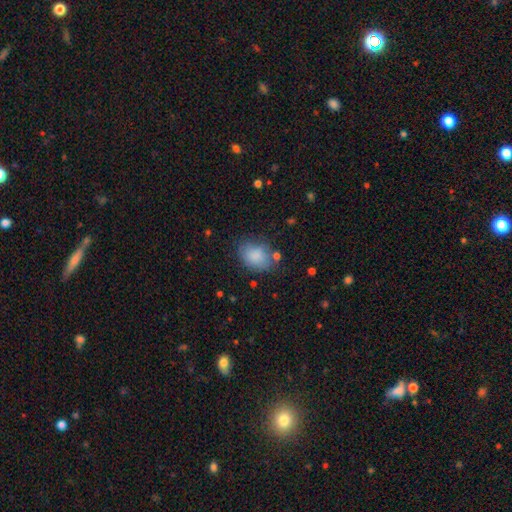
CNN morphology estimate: smooth 85%, star or artifact 8%, featured or disk 7%. Down the decision tree: how rounded — in between (66%); merging — none (68%).